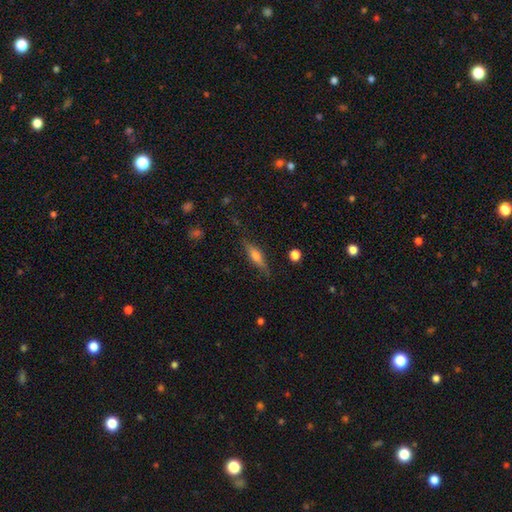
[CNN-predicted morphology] This is possibly a featured or disk galaxy (47%). Merging: likely none (79%).